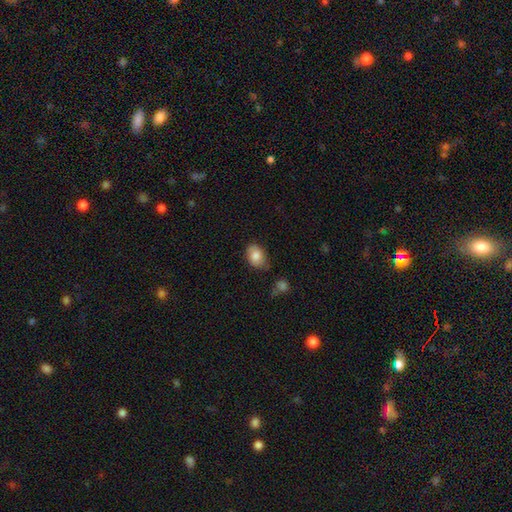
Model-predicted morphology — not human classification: smooth_or_featured: smooth (p=0.82) [alt: featured or disk p=0.10]
how_rounded: in between (p=0.81) [alt: round p=0.18]
merging: none (p=0.70) [alt: minor disturbance p=0.22]